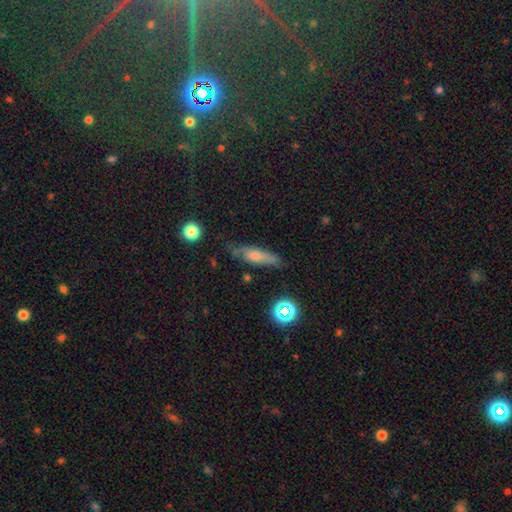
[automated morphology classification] This is possibly a smooth galaxy (57%). How rounded: likely cigar-shaped (65%). Merging: likely none (67%).